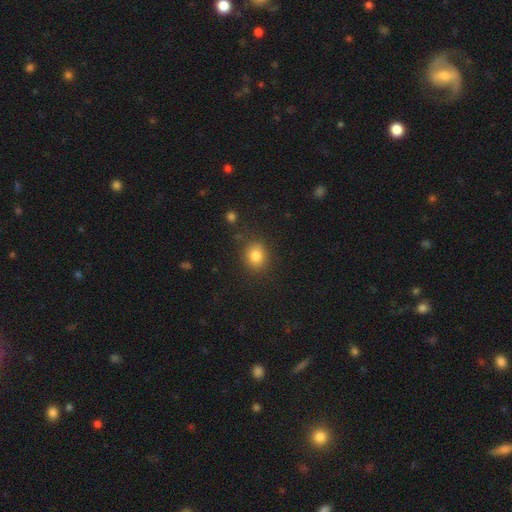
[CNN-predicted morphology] A smooth galaxy with no disk features (83%) that is round (71%).

Vote fractions:
- Smooth or featured? smooth: 83% / star or artifact: 11% / featured or disk: 6%
- How rounded? round: 71% / in between: 28% / cigar-shaped: 1%
- Merging? none: 82% / minor disturbance: 12% / major disturbance: 4% / merger: 2%